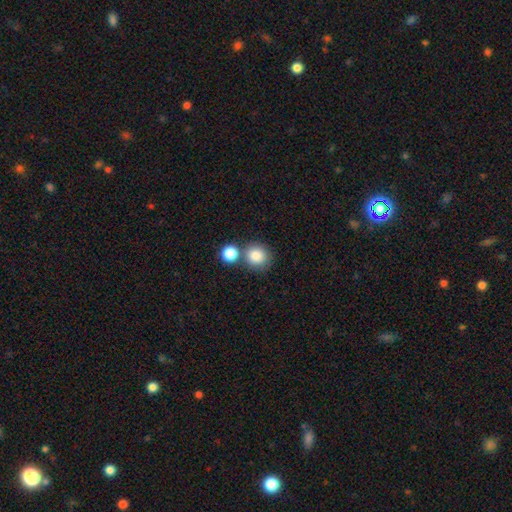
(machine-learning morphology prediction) smooth-or-featured: smooth: 84% | star or artifact: 9% | featured or disk: 7%
  how-rounded: round: 88% | in between: 11% | cigar-shaped: 1%
  merging: none: 60% | merger: 28% | minor disturbance: 9% | major disturbance: 3%